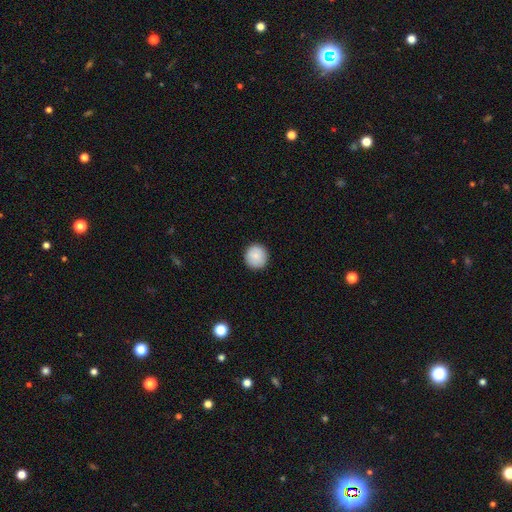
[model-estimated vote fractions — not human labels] A smooth galaxy with no disk features (85%) that is round (93%). Merging: none (91%).